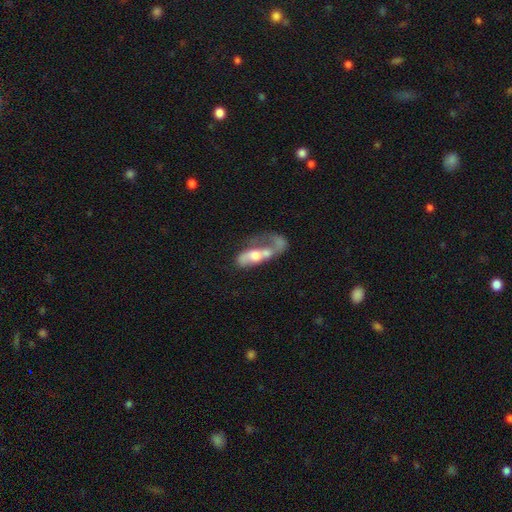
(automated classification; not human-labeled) Smooth or featured: featured or disk — 54% (smooth — 38%)
Edge-on disk: no — 89% (yes — 11%)
Merging: merger — 48% (major disturbance — 31%)